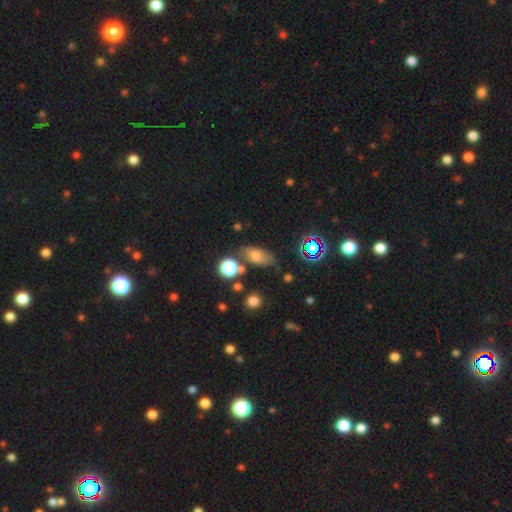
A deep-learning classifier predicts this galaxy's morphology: Smooth or featured? smooth (66%)
How rounded? in between (79%)
Merging? none (63%)